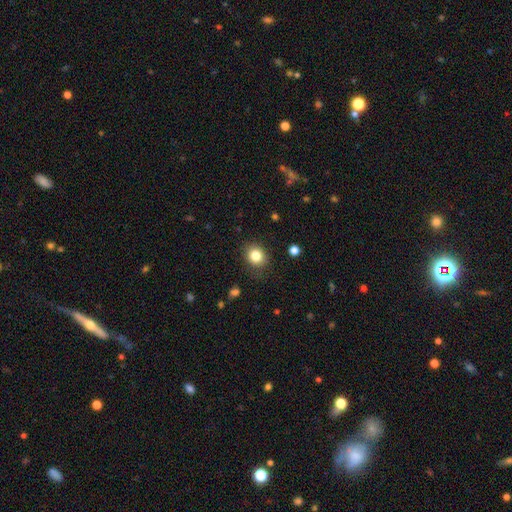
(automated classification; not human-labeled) Smooth or featured? Predicted: smooth (p=0.83). How rounded? Predicted: round (p=0.73). Merging? Predicted: none (p=0.83).